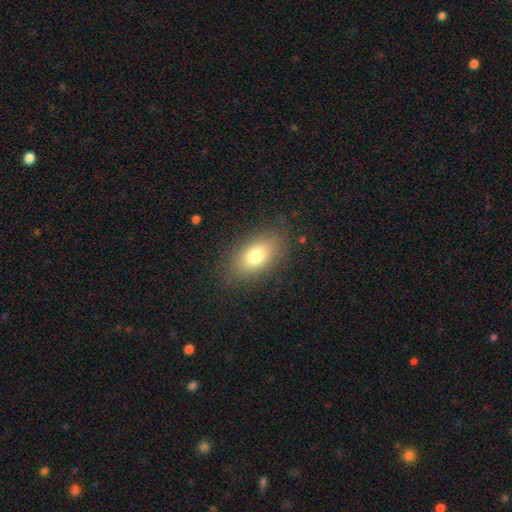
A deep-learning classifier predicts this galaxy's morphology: Smooth or featured? Predicted: smooth (p=0.77). How rounded? Predicted: in between (p=0.88). Merging? Predicted: none (p=0.83).